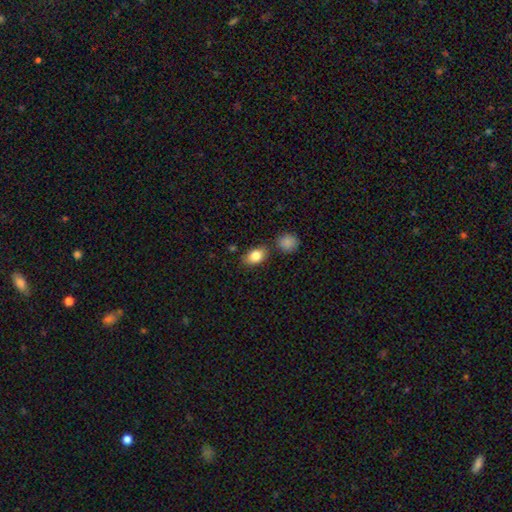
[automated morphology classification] smooth 83%, featured or disk 9%, star or artifact 8%. Down the decision tree: how rounded — in between (83%); merging — none (75%).